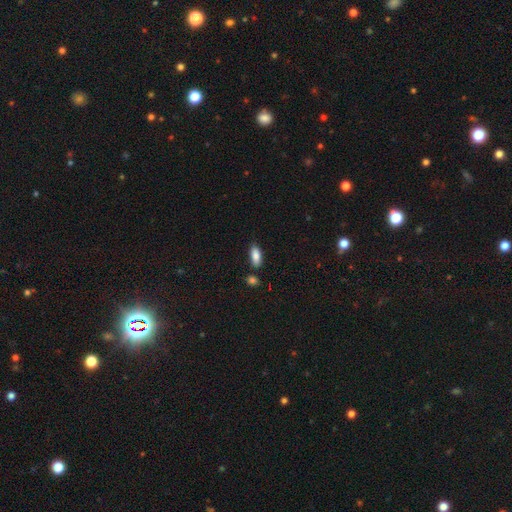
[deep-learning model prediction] Smooth or featured? smooth (86%)
How rounded? in between (81%)
Merging? none (79%)